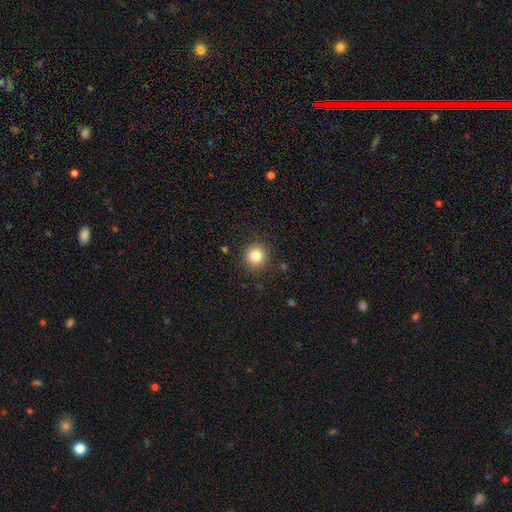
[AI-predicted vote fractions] Q: Smooth or featured?
A: smooth (83%); runner-up: star or artifact (11%)
Q: How rounded?
A: round (93%); runner-up: in between (6%)
Q: Merging?
A: none (90%); runner-up: minor disturbance (6%)